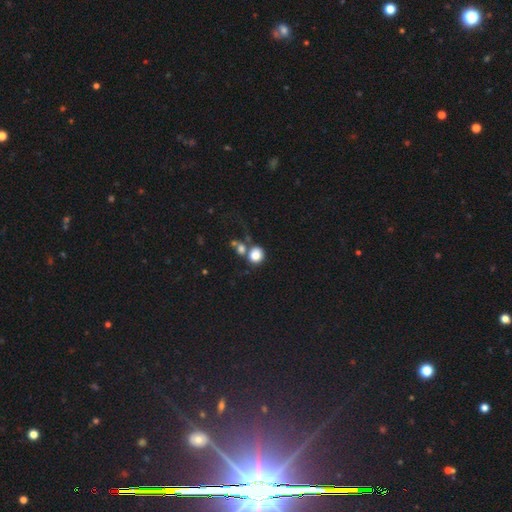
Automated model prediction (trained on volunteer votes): Smooth or featured: smooth — 82% (star or artifact — 11%)
How rounded: round — 82% (in between — 17%)
Merging: none — 50% (merger — 32%)